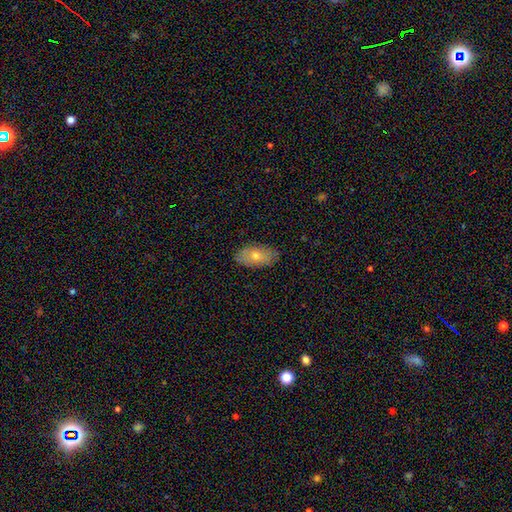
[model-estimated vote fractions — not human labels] Overall: smooth (64%; featured or disk 28%). How rounded: in between (91%). Merging: none (86%).